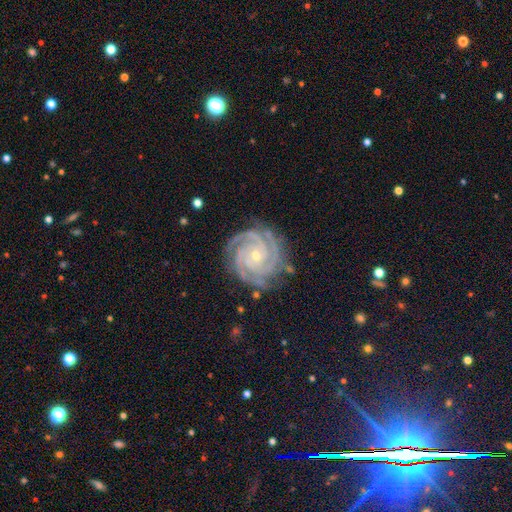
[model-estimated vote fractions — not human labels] This is clearly a featured or disk galaxy (93%). It is clearly not viewed edge-on (98%). Bar: likely no (75%). Spiral arm pattern: clearly yes (99%). Spiral arm count: marginally 3 (38%). Spiral winding: clearly tight (84%). Central bulge: likely small (75%). Merging: clearly none (81%).